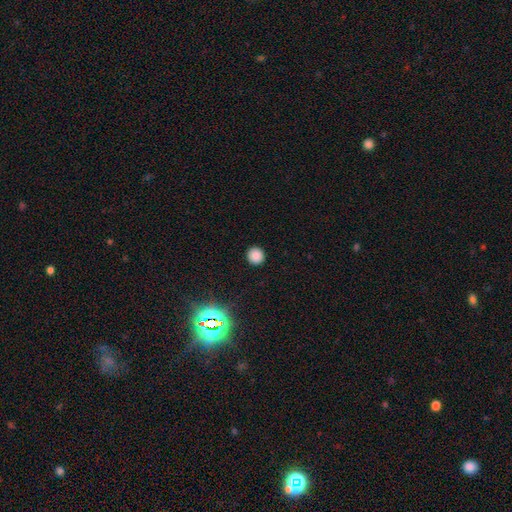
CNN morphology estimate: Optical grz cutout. It shows a smooth galaxy with no disk features (83%) that is round (93%). Merging: none (92%).